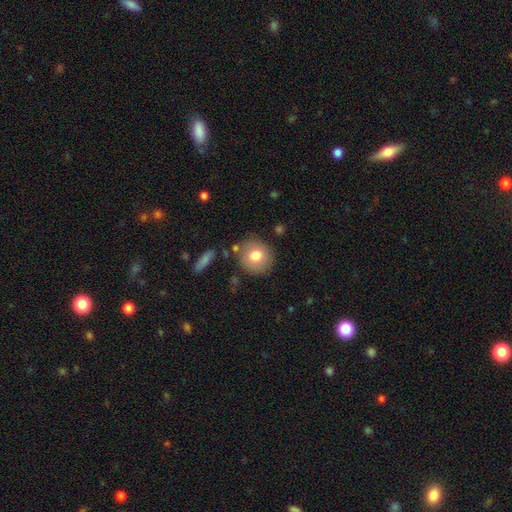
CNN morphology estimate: A smooth galaxy with no disk features (77%) that is round (89%). Merging: none (82%).